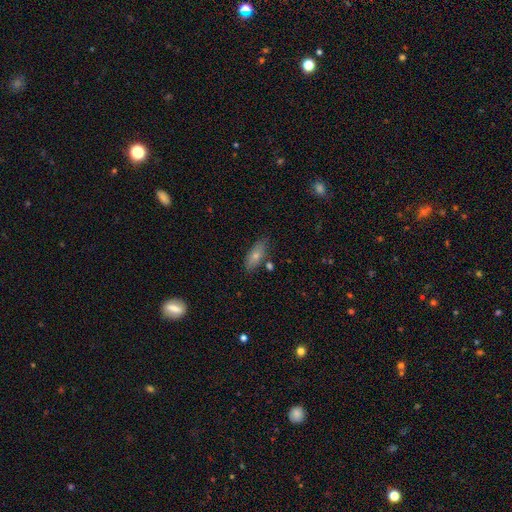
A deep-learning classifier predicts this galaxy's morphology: A smooth galaxy with no disk features (72%) that is in between round and cigar-shaped (78%). Merging: none (74%).